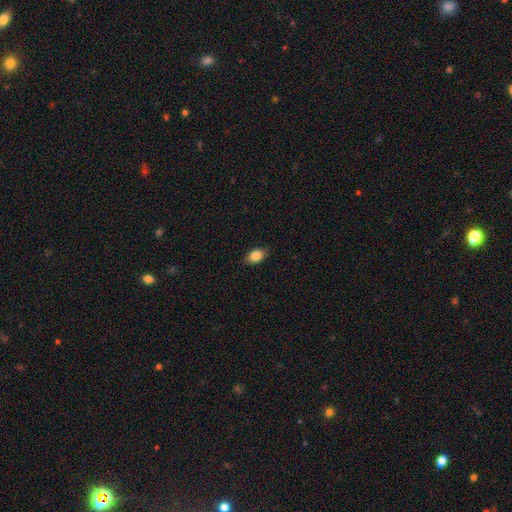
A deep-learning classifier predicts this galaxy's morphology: Smooth or featured? smooth (85%)
How rounded? in between (83%)
Merging? none (87%)